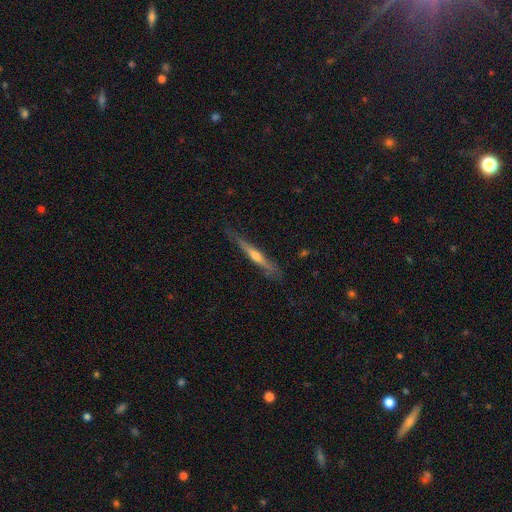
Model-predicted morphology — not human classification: The model was most divided on "smooth or featured": featured or disk: 64%, smooth: 30%, star or artifact: 6%. More confident: edge-on disk — yes (96%); merging — none (78%); edge-on bulge — rounded (71%).